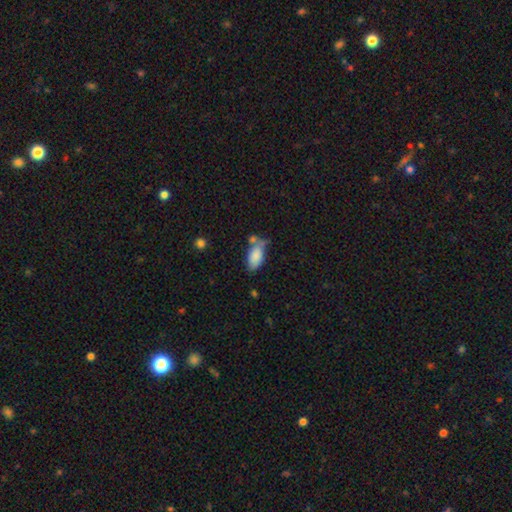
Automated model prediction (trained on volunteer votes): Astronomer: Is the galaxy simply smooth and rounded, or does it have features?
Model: smooth — 84%.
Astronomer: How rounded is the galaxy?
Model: in between — 91%.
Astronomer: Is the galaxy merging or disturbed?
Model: none — 48% (runner-up: minor disturbance, 25%).